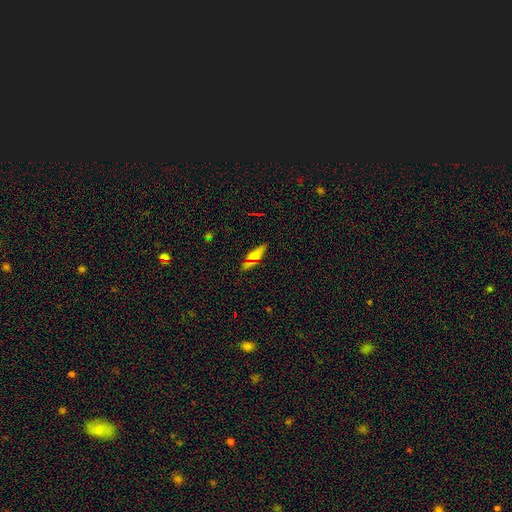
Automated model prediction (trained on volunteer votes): Smooth or featured? Predicted: smooth (p=0.58). How rounded? Predicted: cigar-shaped (p=0.57). Merging? Predicted: none (p=0.84).